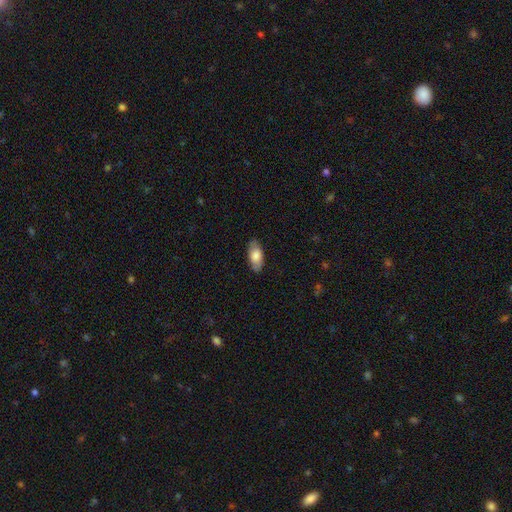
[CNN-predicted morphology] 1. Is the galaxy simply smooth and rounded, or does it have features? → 77% smooth, 17% featured or disk, 6% star or artifact.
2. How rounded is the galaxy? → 87% in between, 10% cigar-shaped, 2% round.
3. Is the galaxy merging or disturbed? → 85% none, 11% minor disturbance, 2% major disturbance, 1% merger.